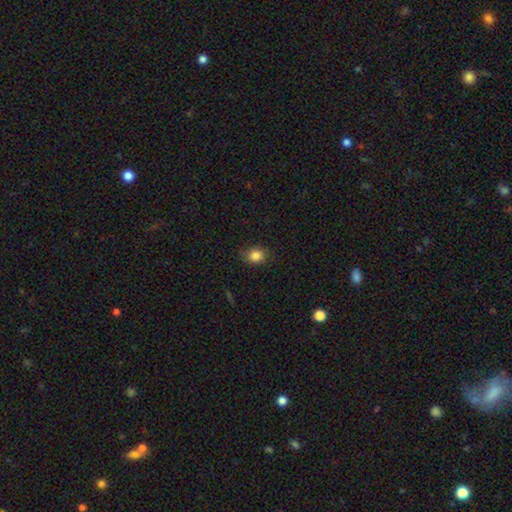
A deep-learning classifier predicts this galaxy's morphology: This is clearly a smooth galaxy (84%). How rounded: likely round (64%). Merging: clearly none (80%).